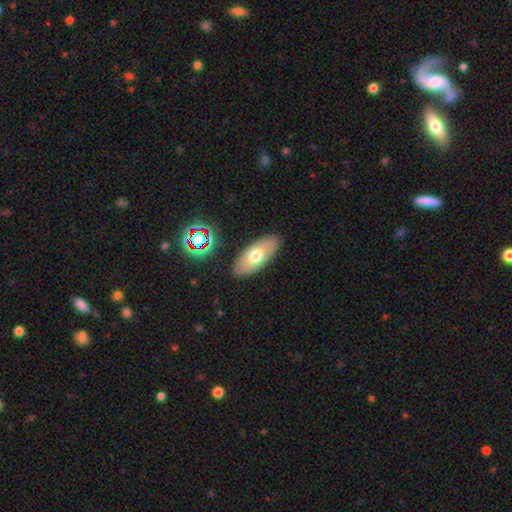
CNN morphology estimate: Q: Smooth or featured?
A: smooth (64%); runner-up: featured or disk (28%)
Q: How rounded?
A: in between (88%); runner-up: cigar-shaped (9%)
Q: Merging?
A: none (87%); runner-up: minor disturbance (9%)